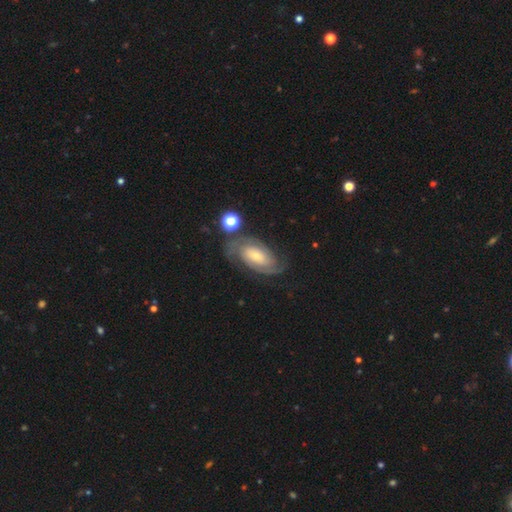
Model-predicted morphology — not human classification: Q: Smooth or featured?
A: featured or disk (81%); runner-up: smooth (13%)
Q: Edge-on disk?
A: no (96%); runner-up: yes (4%)
Q: Bar?
A: no (62%); runner-up: weak (29%)
Q: Spiral arms?
A: yes (95%); runner-up: no (5%)
Q: Spiral winding?
A: tight (57%); runner-up: medium (33%)
Q: Spiral arm count?
A: 2 (71%); runner-up: can't tell (15%)
Q: Bulge size?
A: small (62%); runner-up: moderate (26%)
Q: Merging?
A: none (69%); runner-up: minor disturbance (17%)